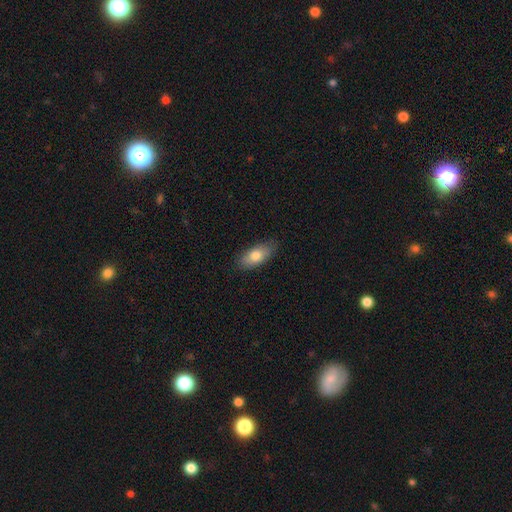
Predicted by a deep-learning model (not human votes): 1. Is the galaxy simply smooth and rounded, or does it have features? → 77% smooth, 16% featured or disk, 7% star or artifact.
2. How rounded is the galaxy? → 86% in between, 10% cigar-shaped, 3% round.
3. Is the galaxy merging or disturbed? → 83% none, 13% minor disturbance, 2% major disturbance, 1% merger.